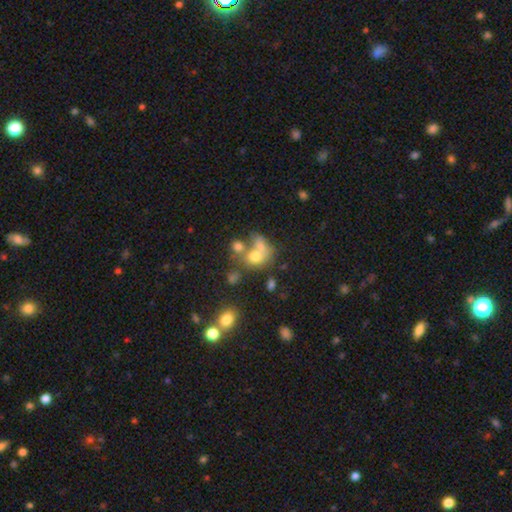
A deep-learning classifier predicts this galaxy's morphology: Overall: smooth (65%). How rounded: round (56%; in between 43%). Merging: merger (47%; none 30%).